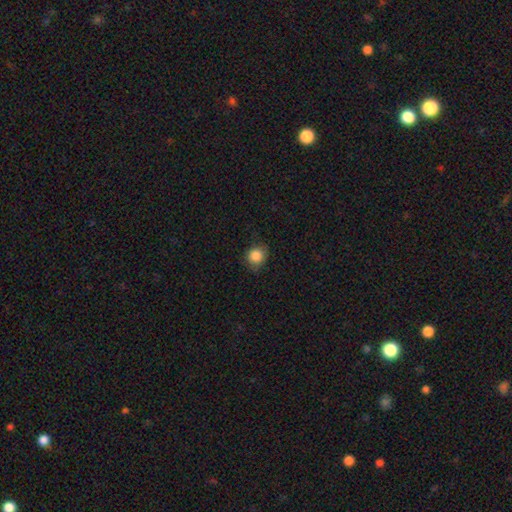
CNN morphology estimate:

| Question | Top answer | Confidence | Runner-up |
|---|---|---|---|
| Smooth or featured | smooth | 85% | star or artifact (10%) |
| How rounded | round | 82% | in between (17%) |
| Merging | none | 77% | minor disturbance (18%) |